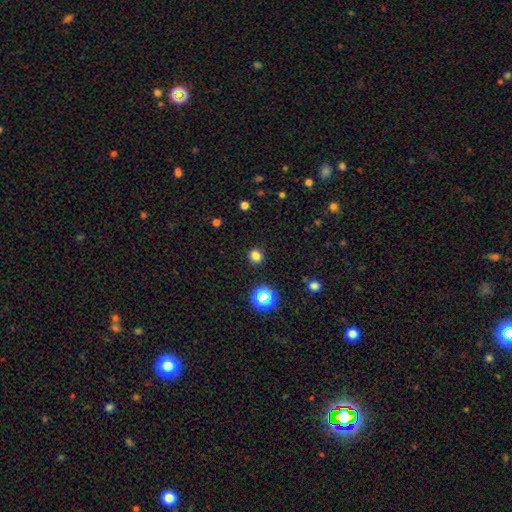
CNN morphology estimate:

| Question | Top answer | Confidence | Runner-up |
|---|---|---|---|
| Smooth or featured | smooth | 80% | star or artifact (16%) |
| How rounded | round | 90% | in between (9%) |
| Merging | none | 90% | minor disturbance (6%) |